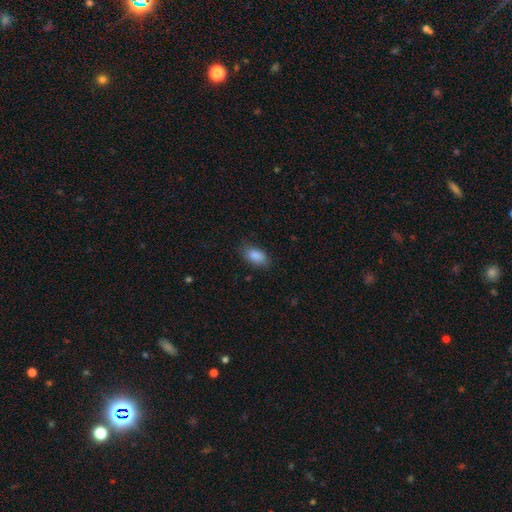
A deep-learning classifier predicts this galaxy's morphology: Smooth or featured?
  - smooth: 88% *
  - star or artifact: 7%
  - featured or disk: 5%
How rounded?
  - in between: 91% *
  - round: 5%
  - cigar-shaped: 4%
Merging?
  - none: 79% *
  - minor disturbance: 16%
  - major disturbance: 4%
  - merger: 1%